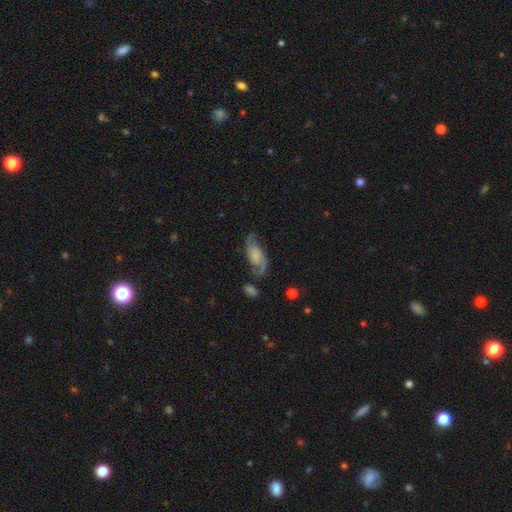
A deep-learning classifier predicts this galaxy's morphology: The model was most divided on "bulge size": none: 35%, small: 30%, moderate: 18%, large: 12%, dominant: 4%. More confident: spiral arms — yes (96%); edge-on disk — no (95%); spiral arm count — 2 (92%); smooth or featured — featured or disk (81%); merging — none (66%); bar — no (62%); spiral winding — loose (51%).